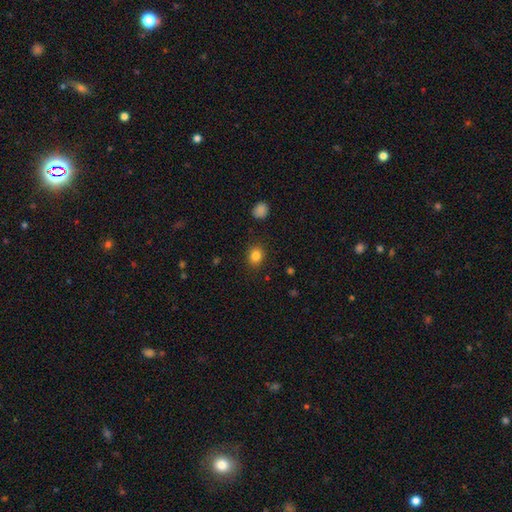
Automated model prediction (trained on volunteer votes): Overall: smooth (84%). How rounded: round (66%; in between 33%). Merging: none (87%).